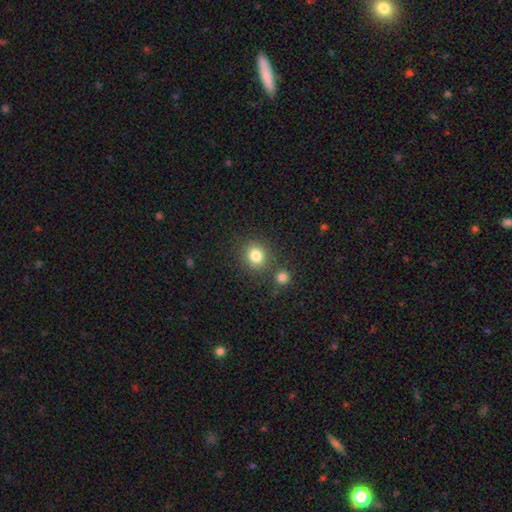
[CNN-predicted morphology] The model was most divided on "how rounded": round: 82%, in between: 17%, cigar-shaped: 1%. More confident: smooth or featured — smooth (82%); merging — none (78%).